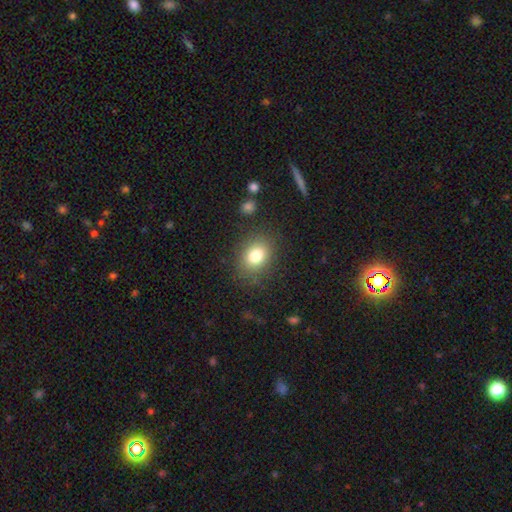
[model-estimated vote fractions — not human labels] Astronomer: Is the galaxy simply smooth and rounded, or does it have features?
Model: smooth — 80%.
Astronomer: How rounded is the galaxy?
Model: in between — 59% (runner-up: round, 40%).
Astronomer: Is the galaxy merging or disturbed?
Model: none — 83%.